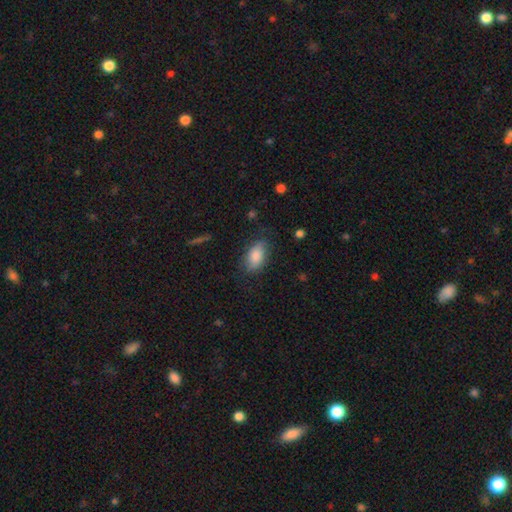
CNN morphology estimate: This is clearly a smooth galaxy (84%). How rounded: clearly in between (92%). Merging: likely none (76%).